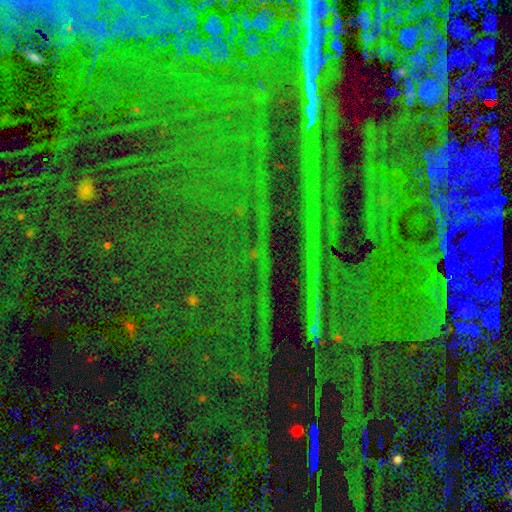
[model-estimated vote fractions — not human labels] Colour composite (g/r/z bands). It shows a star or artifact, not a galaxy (86%).